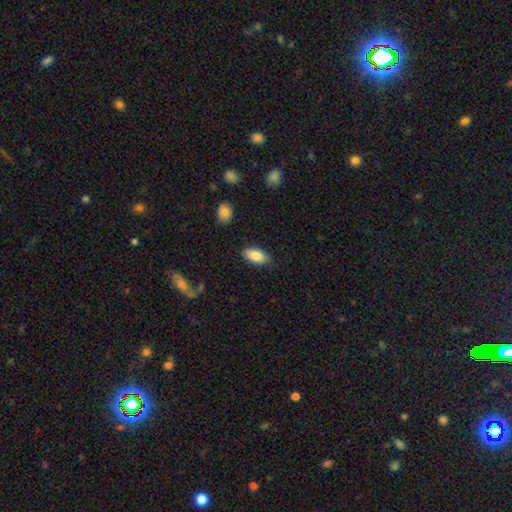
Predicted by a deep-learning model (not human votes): The model was most divided on "merging": none: 85%, minor disturbance: 11%, major disturbance: 2%, merger: 2%. More confident: how rounded — in between (92%); smooth or featured — smooth (84%).